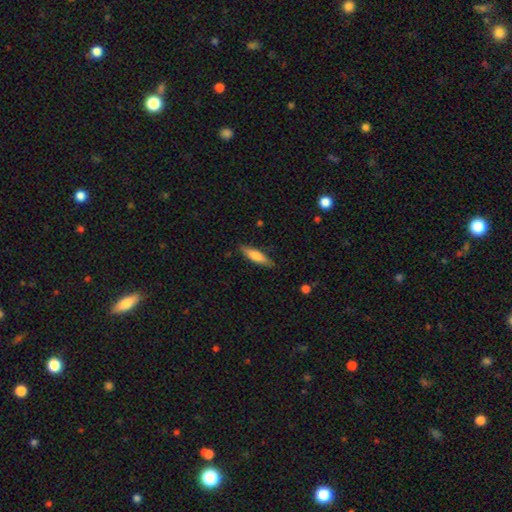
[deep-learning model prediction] Q: Smooth or featured?
A: smooth (70%); runner-up: featured or disk (25%)
Q: How rounded?
A: cigar-shaped (66%); runner-up: in between (33%)
Q: Merging?
A: none (85%); runner-up: minor disturbance (11%)